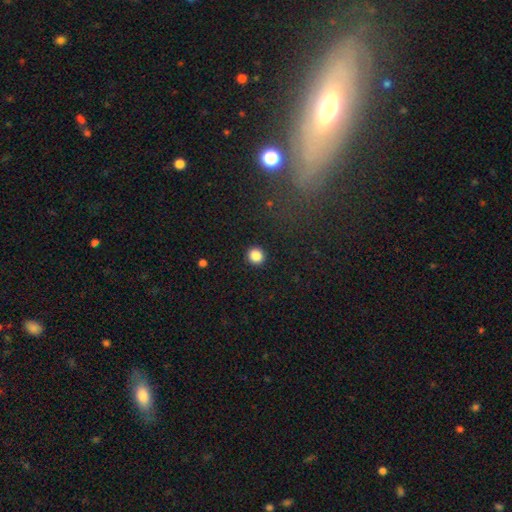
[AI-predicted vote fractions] Overall: smooth (86%). How rounded: round (89%). Merging: none (92%).